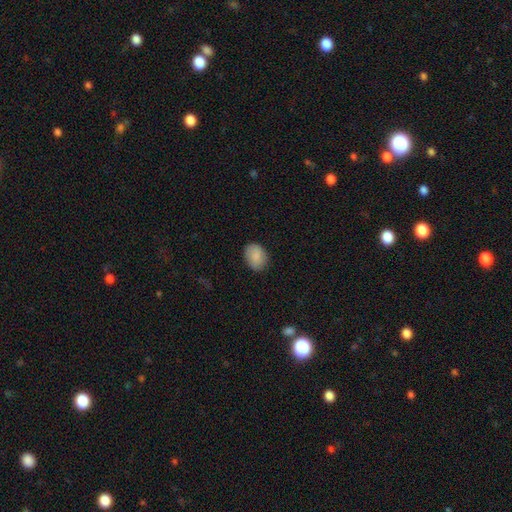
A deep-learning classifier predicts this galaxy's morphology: Q: Smooth or featured?
A: smooth (87%); runner-up: star or artifact (7%)
Q: How rounded?
A: in between (70%); runner-up: round (29%)
Q: Merging?
A: none (84%); runner-up: minor disturbance (12%)